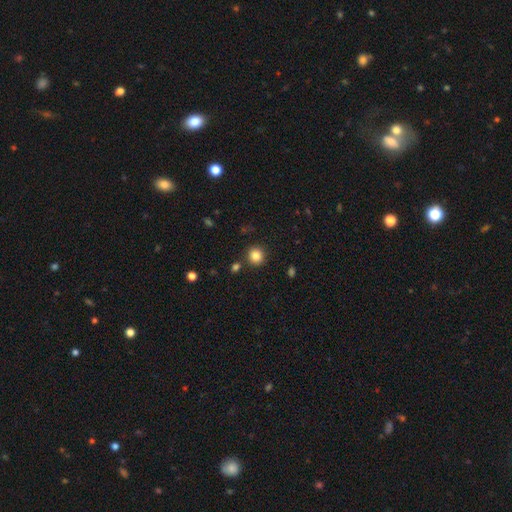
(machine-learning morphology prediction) Smooth or featured? Predicted: smooth (p=0.85). How rounded? Predicted: round (p=0.91). Merging? Predicted: none (p=0.87).